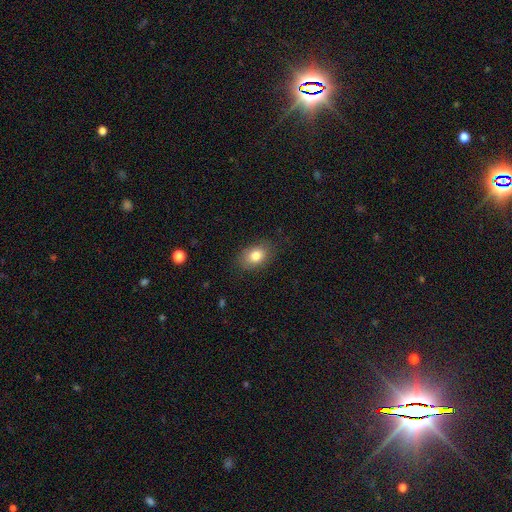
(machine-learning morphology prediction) A smooth galaxy with no disk features (81%) that is in between round and cigar-shaped (78%).

Vote fractions:
- Smooth or featured? smooth: 81% / featured or disk: 11% / star or artifact: 9%
- How rounded? in between: 78% / round: 21% / cigar-shaped: 1%
- Merging? none: 82% / minor disturbance: 13% / major disturbance: 4% / merger: 1%